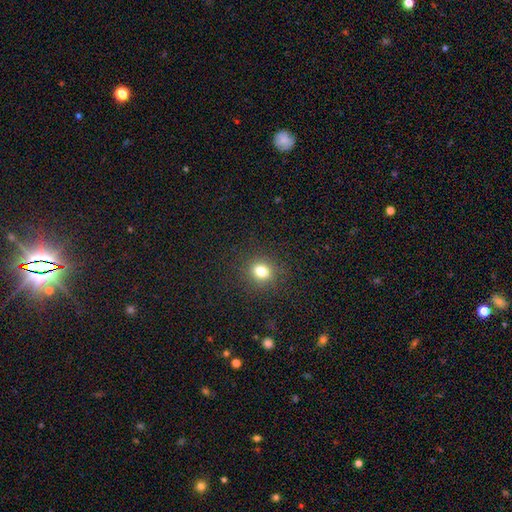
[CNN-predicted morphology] Overall: smooth (68%). How rounded: round (92%). Merging: none (92%).